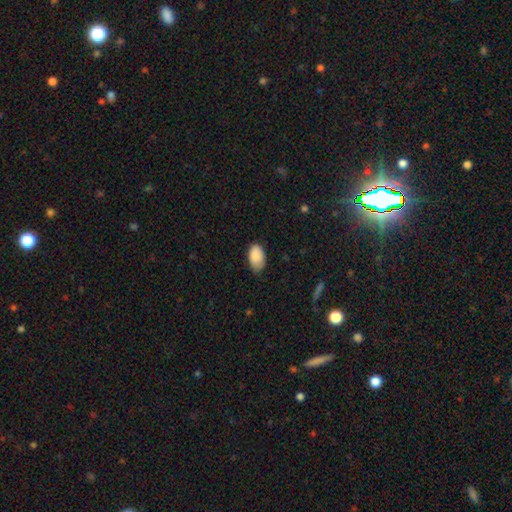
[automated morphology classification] type=smooth (88%); roundness=in between (93%); merging=none (68%).